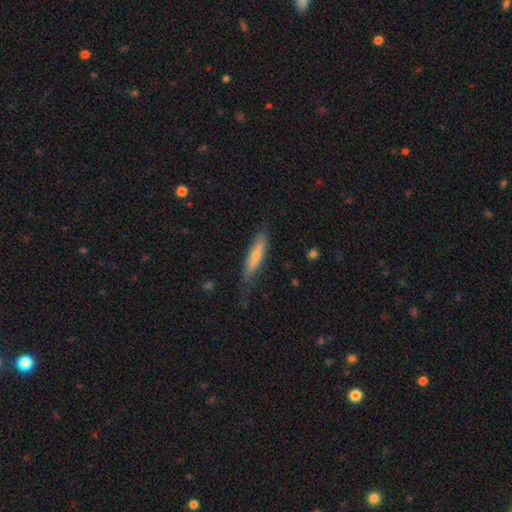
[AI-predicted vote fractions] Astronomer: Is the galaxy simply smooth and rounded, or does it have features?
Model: smooth — 60%.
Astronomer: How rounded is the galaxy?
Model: cigar-shaped — 84%.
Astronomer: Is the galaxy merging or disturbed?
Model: none — 70%.